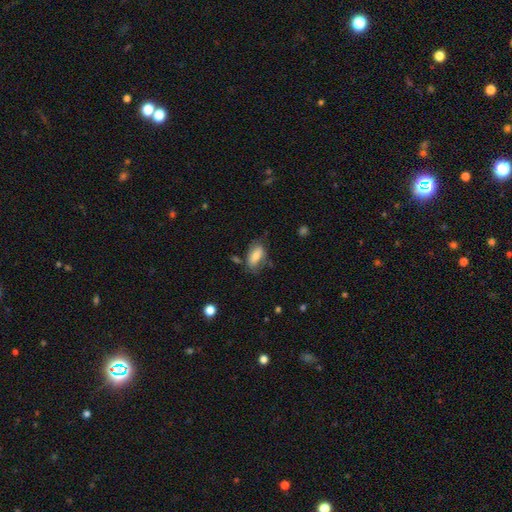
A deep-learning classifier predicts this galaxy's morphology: Q: Smooth or featured?
A: smooth (74%); runner-up: featured or disk (18%)
Q: How rounded?
A: in between (89%); runner-up: cigar-shaped (7%)
Q: Merging?
A: none (60%); runner-up: minor disturbance (26%)